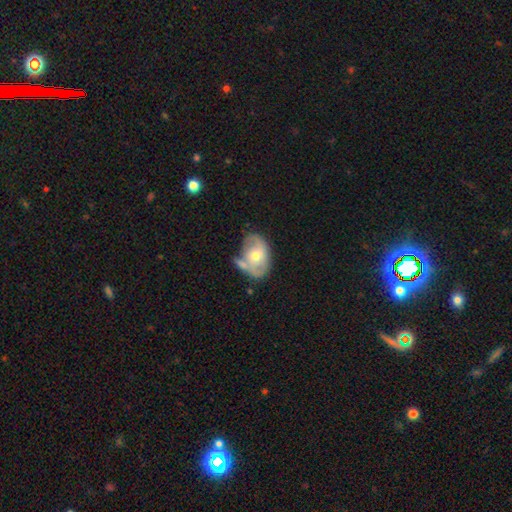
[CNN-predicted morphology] smooth-or-featured: featured or disk: 51% | smooth: 43% | star or artifact: 6%
  disk-edge-on: no: 94% | yes: 6%
  merging: none: 38% | merger: 27% | minor disturbance: 24% | major disturbance: 11%